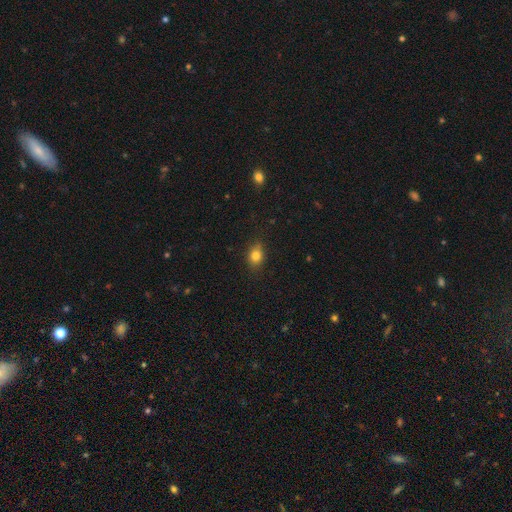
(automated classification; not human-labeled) Overall: smooth (80%). How rounded: in between (55%; round 43%). Merging: none (81%).